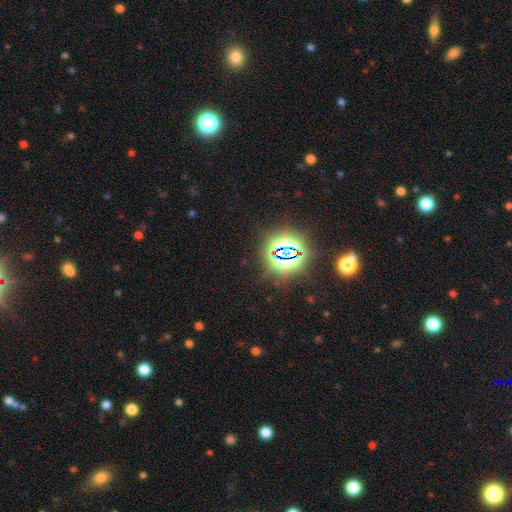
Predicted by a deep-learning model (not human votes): A star or artifact, not a galaxy (80%).

Vote fractions:
- Smooth or featured? star or artifact: 80% / smooth: 14% / featured or disk: 6%